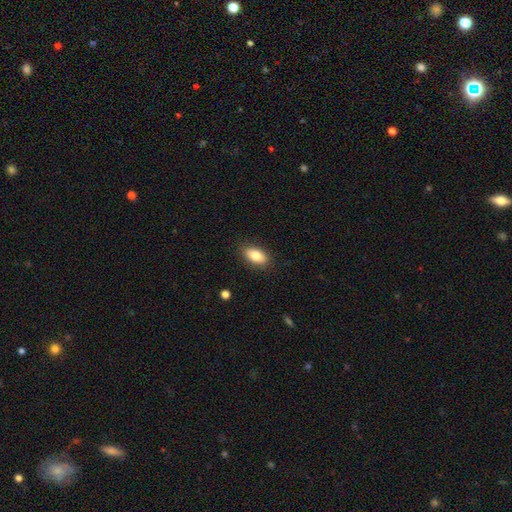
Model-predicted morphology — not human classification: Q: Smooth or featured?
A: smooth (82%); runner-up: featured or disk (11%)
Q: How rounded?
A: in between (89%); runner-up: cigar-shaped (6%)
Q: Merging?
A: none (87%); runner-up: minor disturbance (9%)